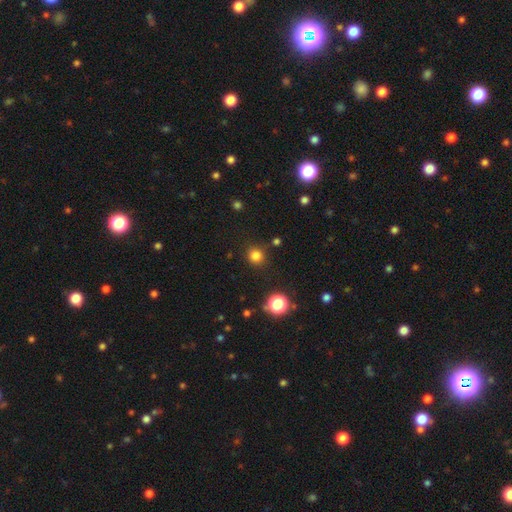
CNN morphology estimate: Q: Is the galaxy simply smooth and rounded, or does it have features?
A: smooth — 81%.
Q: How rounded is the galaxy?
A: round — 92%.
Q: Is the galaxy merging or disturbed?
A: none — 88%.